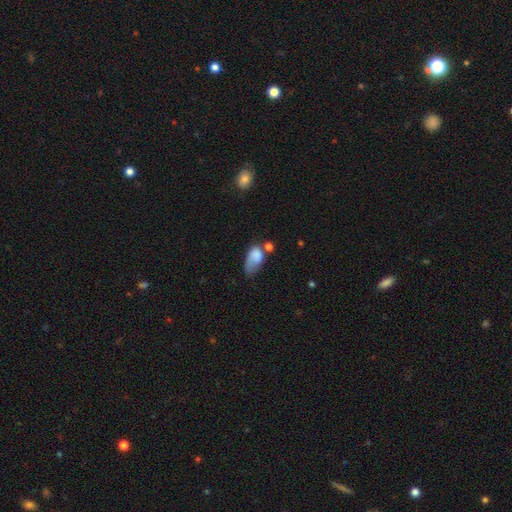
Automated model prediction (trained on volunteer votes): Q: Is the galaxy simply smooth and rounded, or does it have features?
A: smooth — 76%.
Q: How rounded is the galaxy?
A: in between — 88%.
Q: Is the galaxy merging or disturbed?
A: minor disturbance — 30%.